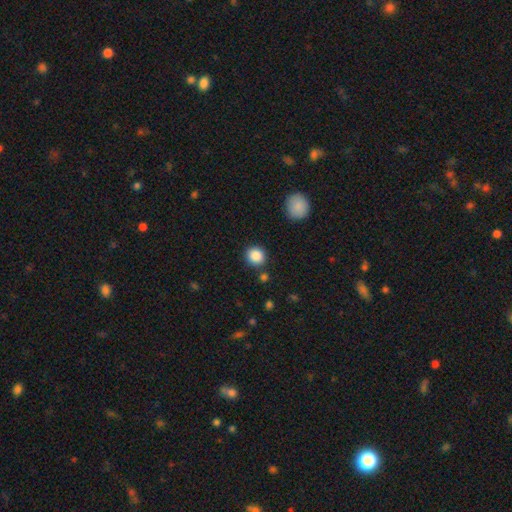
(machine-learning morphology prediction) Overall: smooth (87%). How rounded: round (89%). Merging: none (85%).